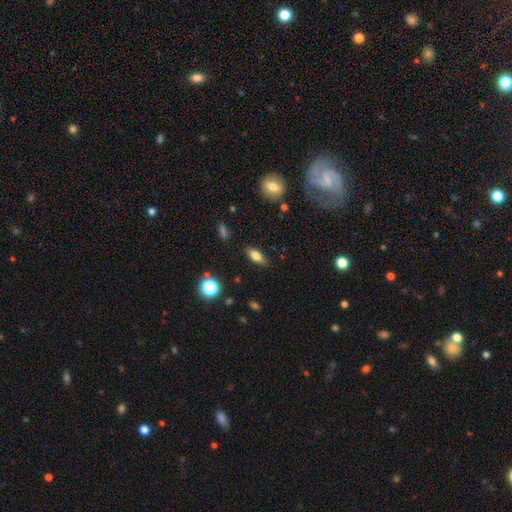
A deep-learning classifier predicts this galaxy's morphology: Smooth or featured: smooth — 76% (featured or disk — 14%)
How rounded: in between — 77% (cigar-shaped — 17%)
Merging: none — 82% (minor disturbance — 13%)